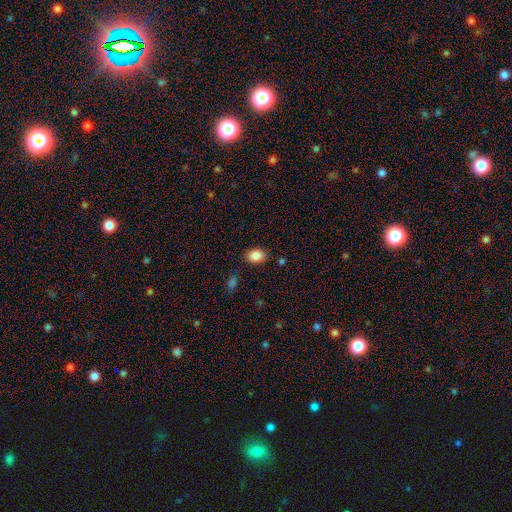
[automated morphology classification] Smooth or featured? smooth (87%)
How rounded? in between (71%)
Merging? none (84%)